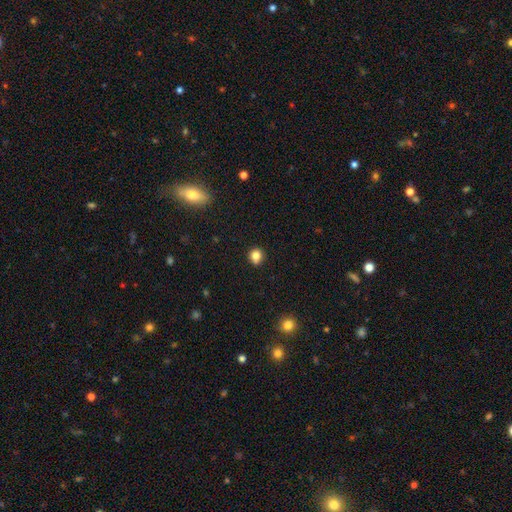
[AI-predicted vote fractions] smooth-or-featured: smooth: 81% | star or artifact: 12% | featured or disk: 6%
  how-rounded: round: 85% | in between: 14% | cigar-shaped: 1%
  merging: none: 79% | minor disturbance: 14% | merger: 4% | major disturbance: 3%